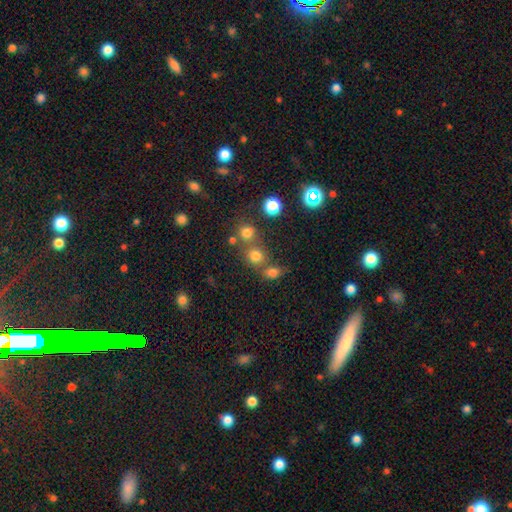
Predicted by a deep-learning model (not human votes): Overall: smooth (72%). How rounded: round (83%). Merging: none (59%; merger 29%).